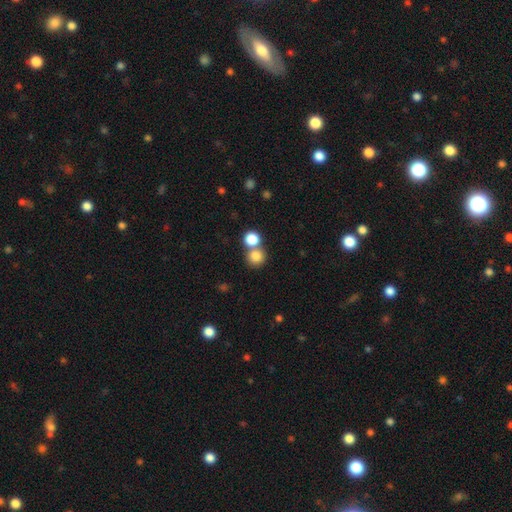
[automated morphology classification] type=smooth (82%); roundness=round (90%); merging=none (54%).